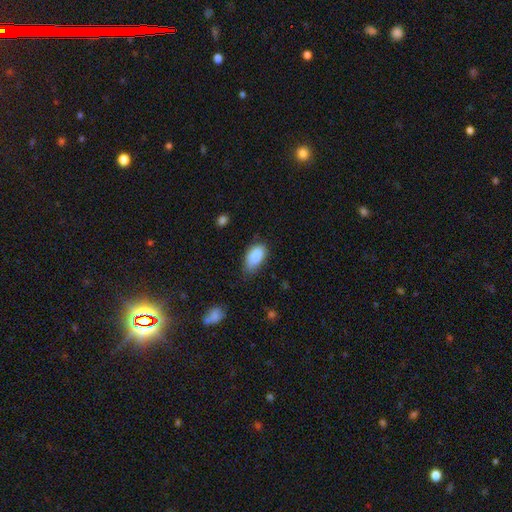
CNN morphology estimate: smooth-or-featured: smooth: 85% | featured or disk: 8% | star or artifact: 7%
  how-rounded: in between: 92% | round: 4% | cigar-shaped: 4%
  merging: none: 56% | minor disturbance: 34% | major disturbance: 7% | merger: 2%